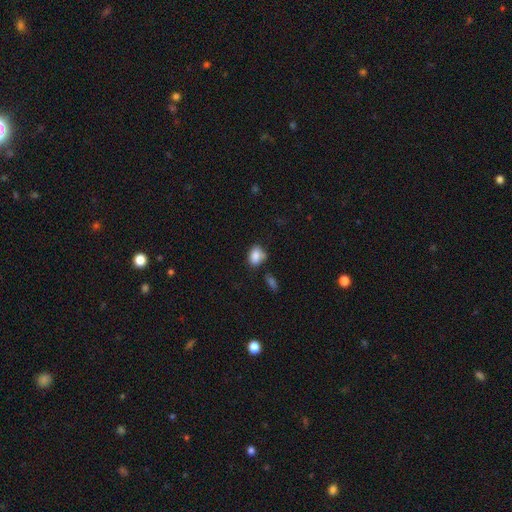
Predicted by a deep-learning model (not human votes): Smooth or featured? smooth (84%)
How rounded? in between (67%)
Merging? none (57%)